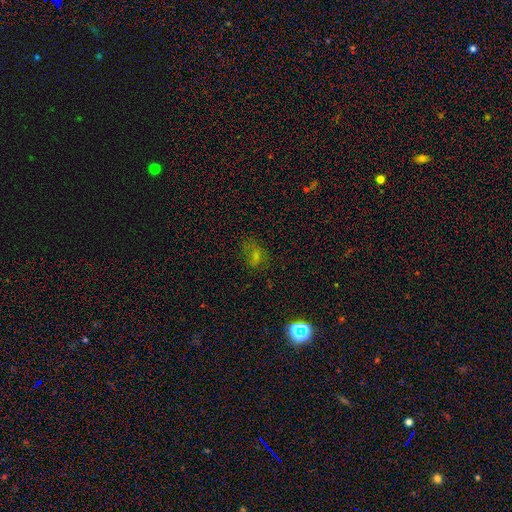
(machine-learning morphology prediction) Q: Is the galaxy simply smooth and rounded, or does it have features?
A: smooth — 54%.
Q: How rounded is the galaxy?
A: in between — 71%.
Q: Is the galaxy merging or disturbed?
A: none — 54%.